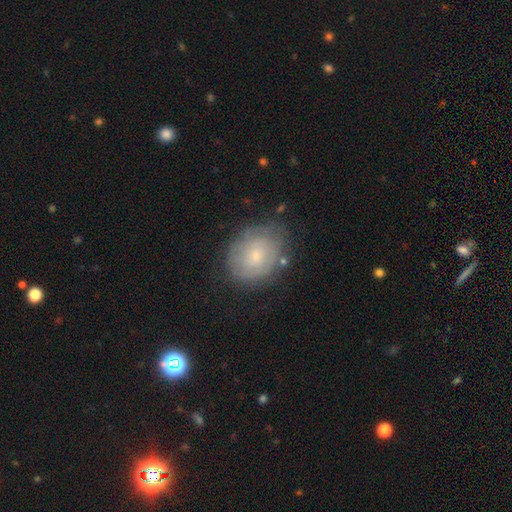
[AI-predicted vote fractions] smooth_or_featured: featured or disk (p=0.51) [alt: smooth p=0.41]
disk_edge_on: no (p=0.97) [alt: yes p=0.03]
merging: none (p=0.70) [alt: minor disturbance p=0.20]